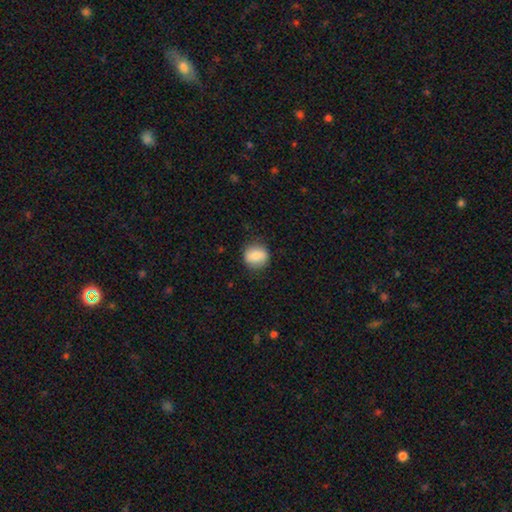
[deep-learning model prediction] This appears to be a smooth galaxy with no disk features (84%) that is round (71%). Merging: none (82%).